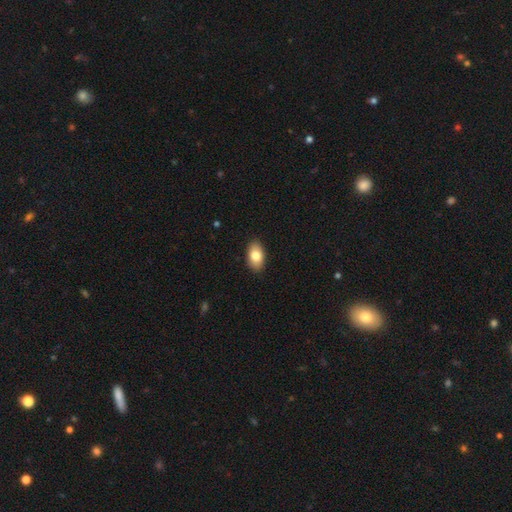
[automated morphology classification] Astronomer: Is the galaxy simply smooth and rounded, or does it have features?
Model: smooth — 82%.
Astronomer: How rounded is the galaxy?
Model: in between — 93%.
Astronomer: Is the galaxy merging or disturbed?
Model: none — 89%.